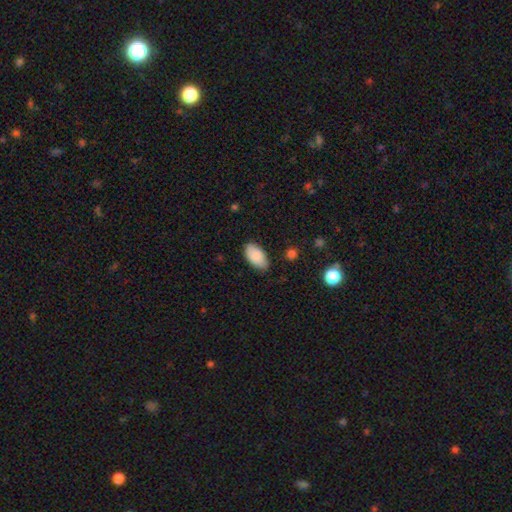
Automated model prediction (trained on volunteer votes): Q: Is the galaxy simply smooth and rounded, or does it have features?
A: smooth — 87%.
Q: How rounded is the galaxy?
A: in between — 95%.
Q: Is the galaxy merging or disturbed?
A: none — 82%.